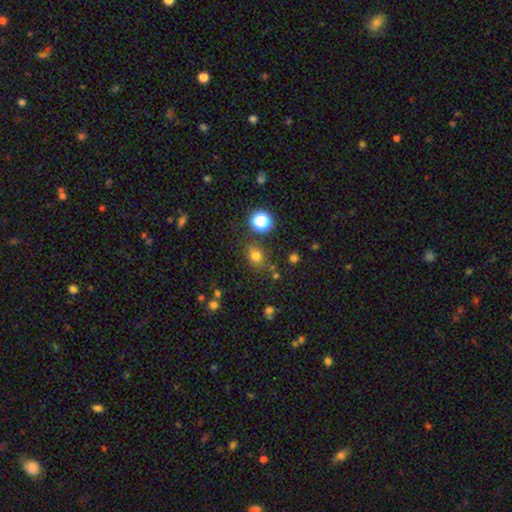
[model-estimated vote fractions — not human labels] smooth 73%, star or artifact 20%, featured or disk 7%. Down the decision tree: how rounded — round (59%); merging — none (76%).